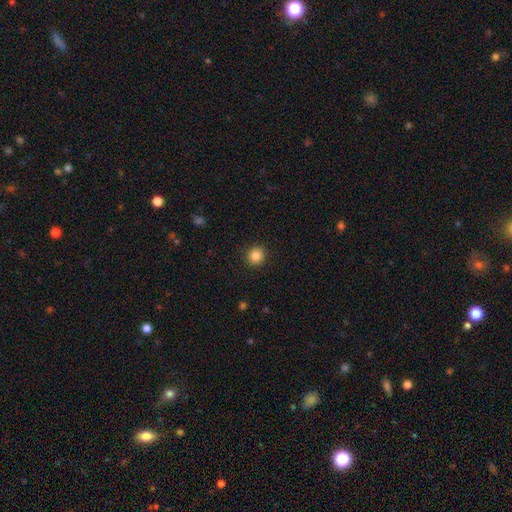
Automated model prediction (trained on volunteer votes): Smooth or featured?
  - smooth: 85% *
  - star or artifact: 11%
  - featured or disk: 4%
How rounded?
  - round: 92% *
  - in between: 7%
  - cigar-shaped: 1%
Merging?
  - none: 92% *
  - minor disturbance: 5%
  - major disturbance: 2%
  - merger: 1%